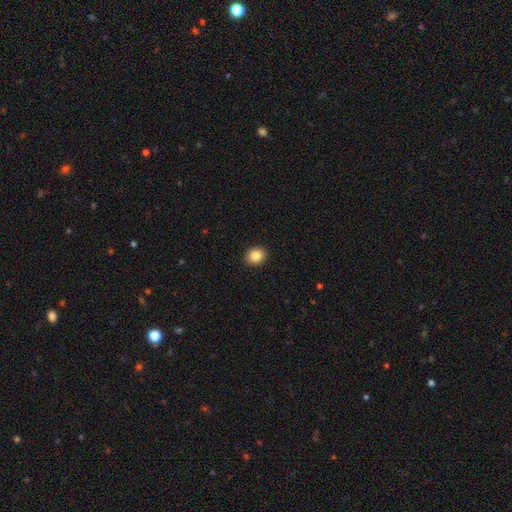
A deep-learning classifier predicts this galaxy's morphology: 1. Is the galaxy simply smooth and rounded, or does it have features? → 86% smooth, 9% star or artifact, 5% featured or disk.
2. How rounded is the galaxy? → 60% round, 39% in between, 1% cigar-shaped.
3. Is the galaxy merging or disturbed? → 92% none, 6% minor disturbance, 2% major disturbance, 1% merger.